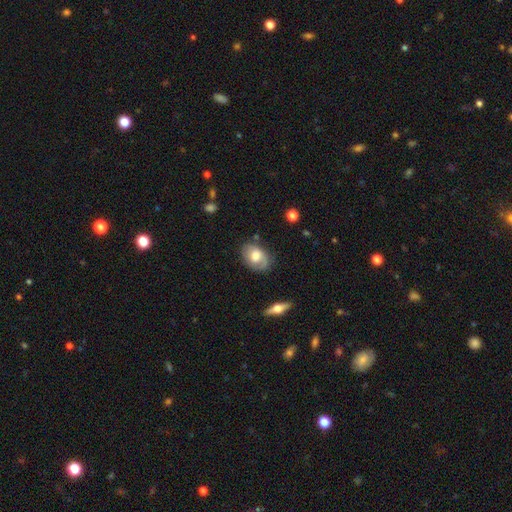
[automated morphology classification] This is possibly a smooth galaxy (56%). How rounded: likely in between (77%). Merging: likely none (67%).